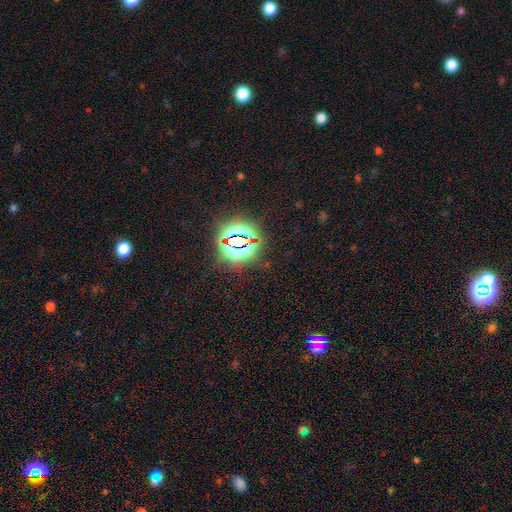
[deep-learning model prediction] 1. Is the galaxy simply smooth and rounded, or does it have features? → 80% star or artifact, 12% smooth, 7% featured or disk.